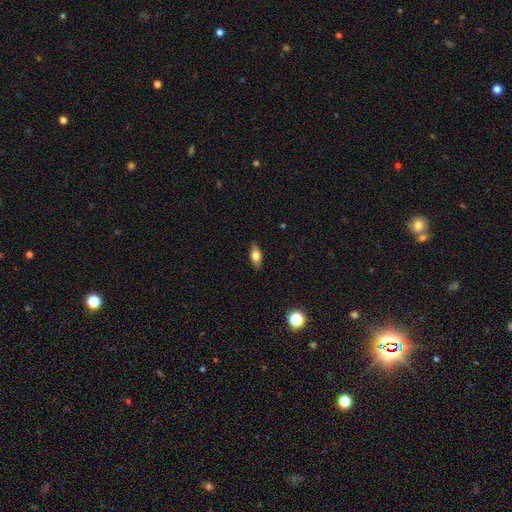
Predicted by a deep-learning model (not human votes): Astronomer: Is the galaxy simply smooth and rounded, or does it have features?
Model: smooth — 74%.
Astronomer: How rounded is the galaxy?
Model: in between — 82%.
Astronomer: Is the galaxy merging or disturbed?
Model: none — 87%.